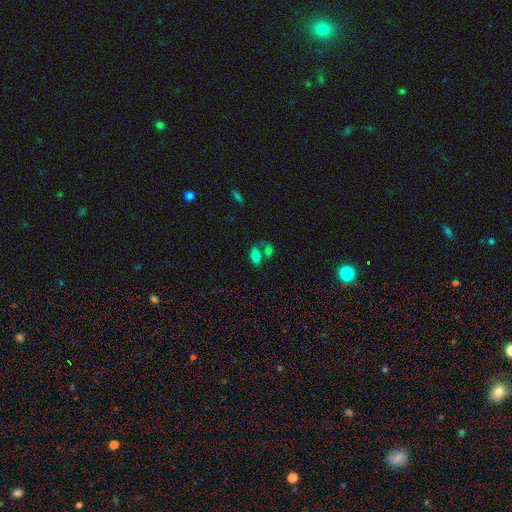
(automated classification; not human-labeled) A smooth galaxy with no disk features (76%) that is in between round and cigar-shaped (89%).

Vote fractions:
- Smooth or featured? smooth: 76% / featured or disk: 13% / star or artifact: 11%
- How rounded? in between: 89% / round: 8% / cigar-shaped: 3%
- Merging? merger: 46% / none: 34% / minor disturbance: 12% / major disturbance: 8%